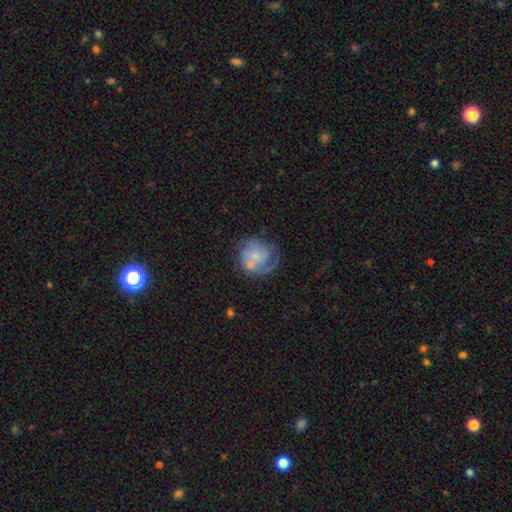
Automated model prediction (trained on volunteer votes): Overall: featured or disk (66%; smooth 27%). Edge-on disk: no (98%). Bar: no (71%). Spiral arms: yes (82%). Spiral arm count: 2 (34%; can't tell 26%). Spiral winding: tight (46%; medium 37%). Bulge size: small (56%; moderate 24%). Merging: none (47%; minor disturbance 20%).